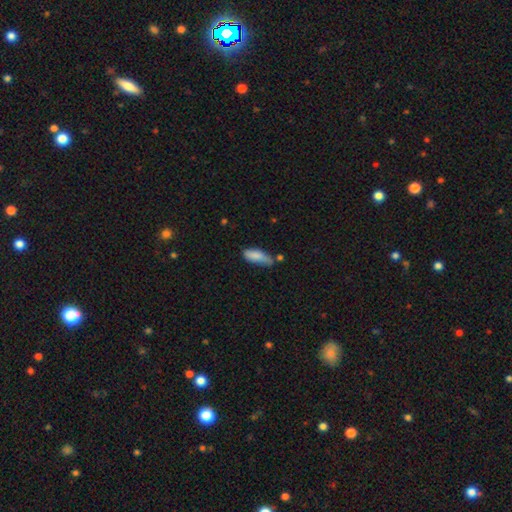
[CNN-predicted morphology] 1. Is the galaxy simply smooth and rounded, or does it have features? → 81% smooth, 12% featured or disk, 7% star or artifact.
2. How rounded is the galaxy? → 66% in between, 32% cigar-shaped, 2% round.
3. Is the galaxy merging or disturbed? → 44% none, 37% minor disturbance, 9% major disturbance, 9% merger.